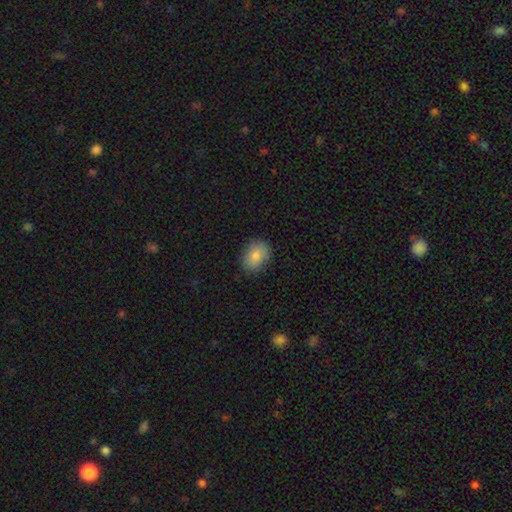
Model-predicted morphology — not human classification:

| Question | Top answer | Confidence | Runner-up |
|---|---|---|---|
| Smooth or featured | smooth | 82% | featured or disk (10%) |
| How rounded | in between | 72% | round (27%) |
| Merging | none | 85% | minor disturbance (12%) |